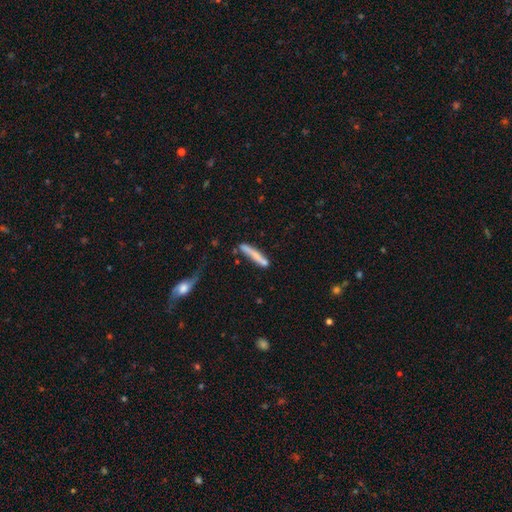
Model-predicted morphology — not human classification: Q: Smooth or featured?
A: smooth (66%); runner-up: featured or disk (27%)
Q: How rounded?
A: cigar-shaped (93%); runner-up: in between (5%)
Q: Merging?
A: none (62%); runner-up: minor disturbance (20%)